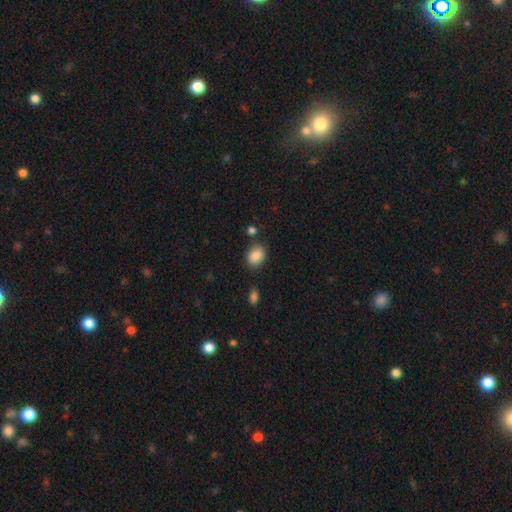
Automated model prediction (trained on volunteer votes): A smooth galaxy with no disk features (88%) that is in between round and cigar-shaped (65%).

Vote fractions:
- Smooth or featured? smooth: 88% / star or artifact: 8% / featured or disk: 4%
- How rounded? in between: 65% / round: 34% / cigar-shaped: 1%
- Merging? none: 79% / minor disturbance: 13% / merger: 5% / major disturbance: 4%